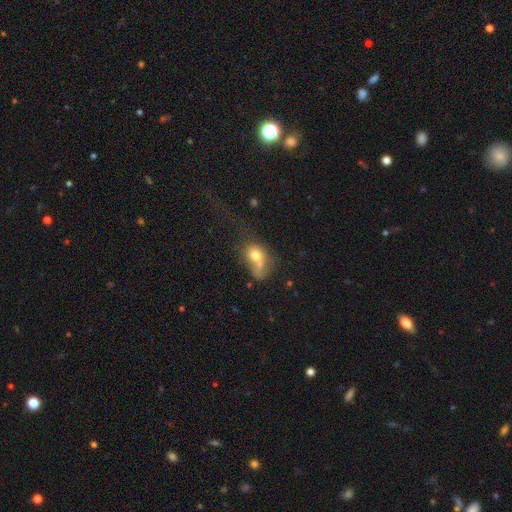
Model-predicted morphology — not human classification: Q: Smooth or featured?
A: smooth (69%); runner-up: featured or disk (20%)
Q: How rounded?
A: in between (54%); runner-up: round (44%)
Q: Merging?
A: merger (49%); runner-up: none (21%)